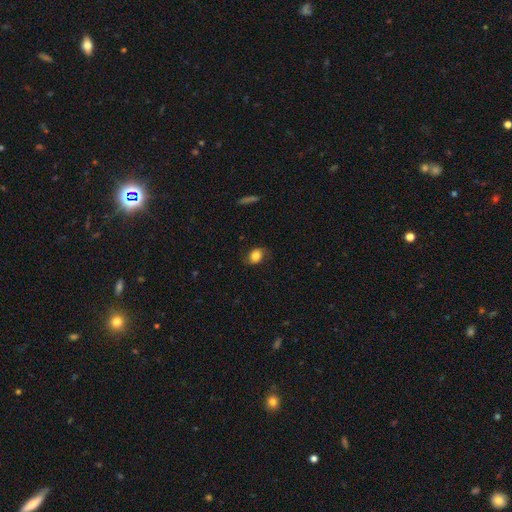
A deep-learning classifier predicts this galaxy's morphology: Smooth or featured? Predicted: smooth (p=0.77). How rounded? Predicted: in between (p=0.63). Merging? Predicted: none (p=0.72).